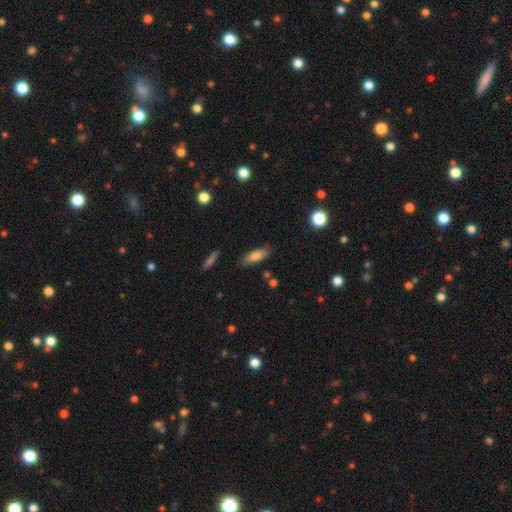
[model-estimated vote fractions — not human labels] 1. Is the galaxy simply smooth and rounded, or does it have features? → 77% smooth, 15% featured or disk, 8% star or artifact.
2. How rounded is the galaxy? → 59% in between, 38% cigar-shaped, 3% round.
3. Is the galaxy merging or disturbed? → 81% none, 14% minor disturbance, 3% major disturbance, 3% merger.